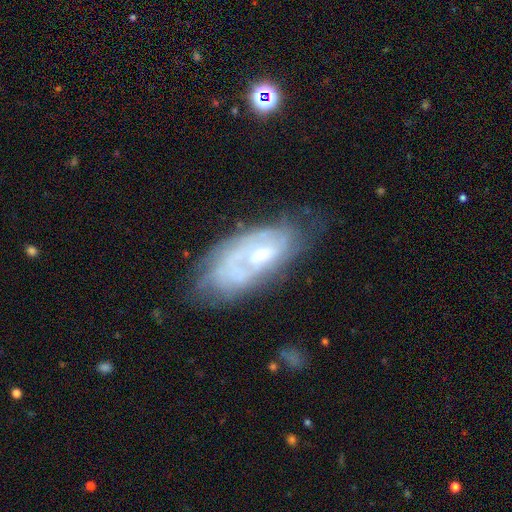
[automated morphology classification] smooth_or_featured: featured or disk (p=0.67) [alt: smooth p=0.25]
disk_edge_on: no (p=0.91) [alt: yes p=0.09]
bar: no (p=0.64) [alt: weak p=0.30]
has_spiral_arms: yes (p=0.68) [alt: no p=0.32]
bulge_size: small (p=0.44) [alt: moderate p=0.38]
merging: none (p=0.56) [alt: minor disturbance p=0.26]